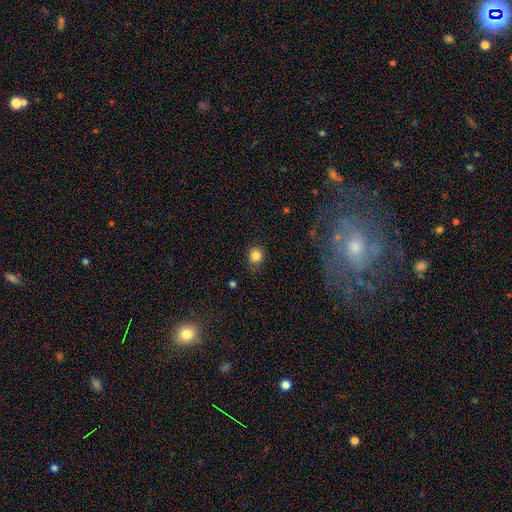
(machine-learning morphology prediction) Smooth or featured: smooth — 84% (star or artifact — 11%)
How rounded: round — 86% (in between — 13%)
Merging: none — 85% (minor disturbance — 11%)